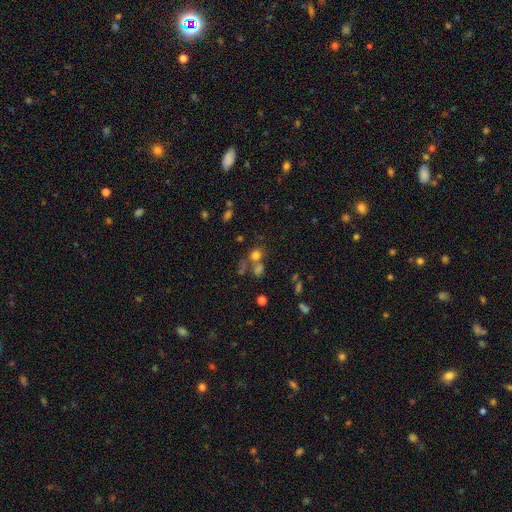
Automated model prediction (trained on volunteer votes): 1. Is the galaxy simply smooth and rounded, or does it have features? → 67% smooth, 21% star or artifact, 11% featured or disk.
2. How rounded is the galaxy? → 78% round, 20% in between, 1% cigar-shaped.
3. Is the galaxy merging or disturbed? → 52% none, 32% merger, 9% minor disturbance, 7% major disturbance.